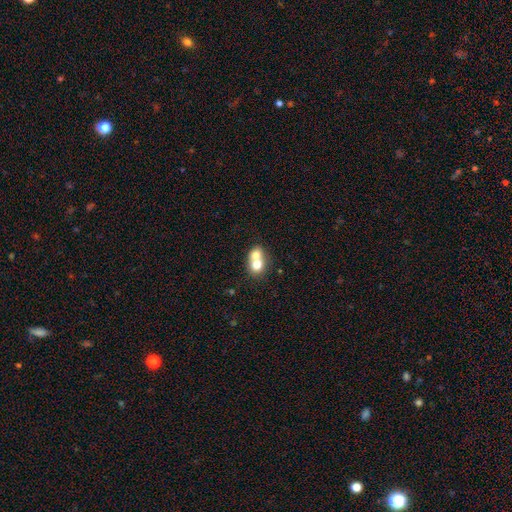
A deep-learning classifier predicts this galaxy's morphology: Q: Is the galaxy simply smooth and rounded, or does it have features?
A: smooth — 70%.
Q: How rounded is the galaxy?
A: round — 63%.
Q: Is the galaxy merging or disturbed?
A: merger — 71%.